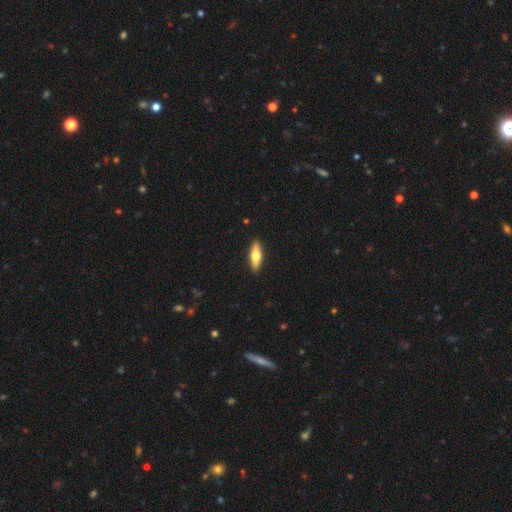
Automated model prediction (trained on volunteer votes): A smooth galaxy with no disk features (52%) that is cigar-shaped (51%). Merging: none (91%).